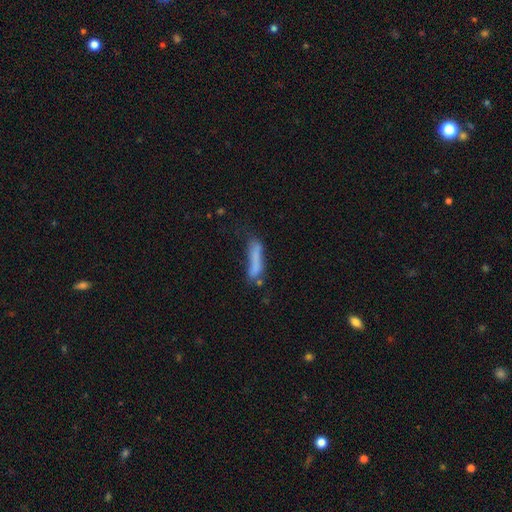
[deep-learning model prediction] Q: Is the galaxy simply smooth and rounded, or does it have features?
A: smooth — 63%.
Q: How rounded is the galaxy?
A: cigar-shaped — 83%.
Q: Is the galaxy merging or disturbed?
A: none — 44%.